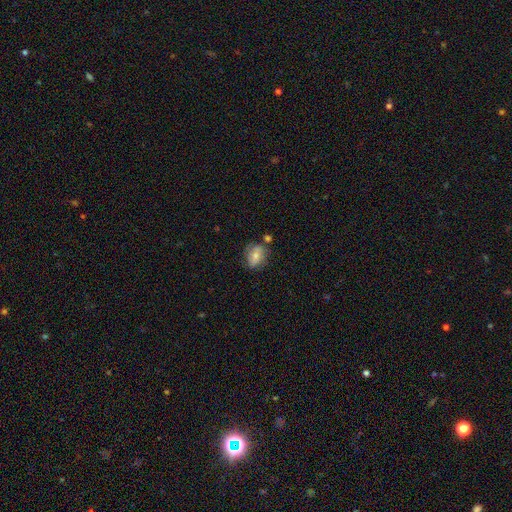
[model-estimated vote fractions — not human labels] The model was most divided on "how rounded": in between: 55%, round: 43%, cigar-shaped: 2%. More confident: merging — none (64%); smooth or featured — smooth (60%).